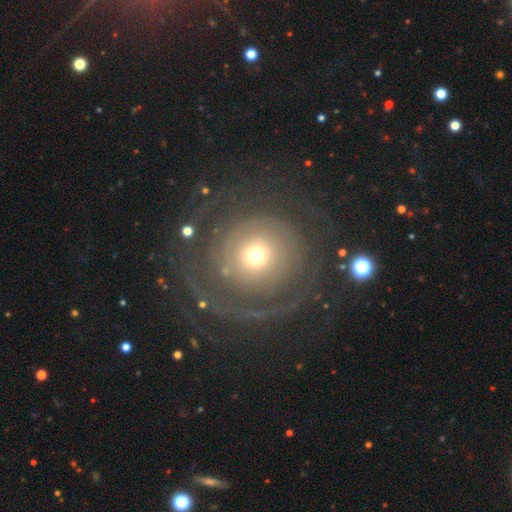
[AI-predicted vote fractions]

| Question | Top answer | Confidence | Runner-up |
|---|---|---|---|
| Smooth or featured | featured or disk | 70% | smooth (20%) |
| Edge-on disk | no | 97% | yes (3%) |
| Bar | no | 86% | weak (11%) |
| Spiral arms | yes | 79% | no (21%) |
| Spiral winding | tight | 62% | medium (23%) |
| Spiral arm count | can't tell | 32% | 2 (28%) |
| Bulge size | small | 49% | moderate (41%) |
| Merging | none | 63% | major disturbance (22%) |